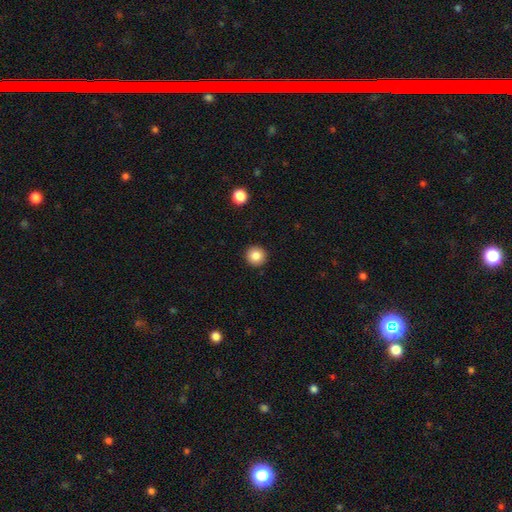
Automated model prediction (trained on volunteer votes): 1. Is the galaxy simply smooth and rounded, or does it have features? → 84% smooth, 10% star or artifact, 6% featured or disk.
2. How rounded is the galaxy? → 95% round, 4% in between, 1% cigar-shaped.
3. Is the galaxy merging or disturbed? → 93% none, 5% minor disturbance, 2% major disturbance, 1% merger.